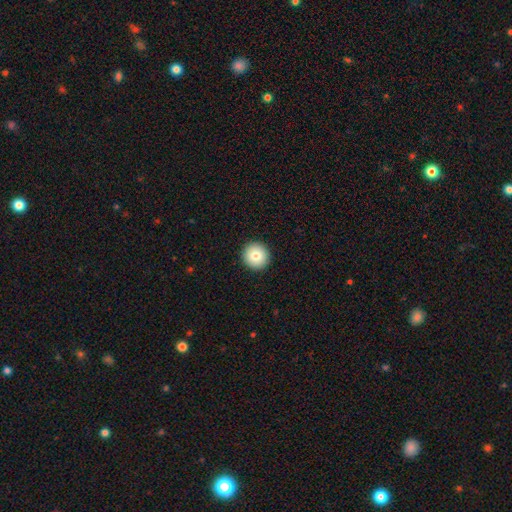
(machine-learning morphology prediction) This appears to be a smooth galaxy with no disk features (81%) that is round (96%). Merging: none (93%).